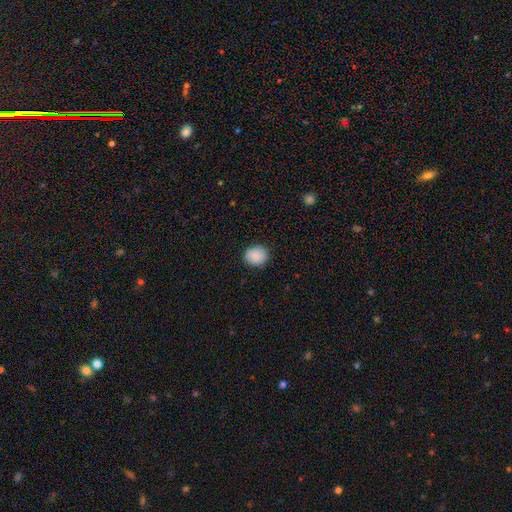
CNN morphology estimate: Overall: smooth (88%). How rounded: round (75%). Merging: none (87%).